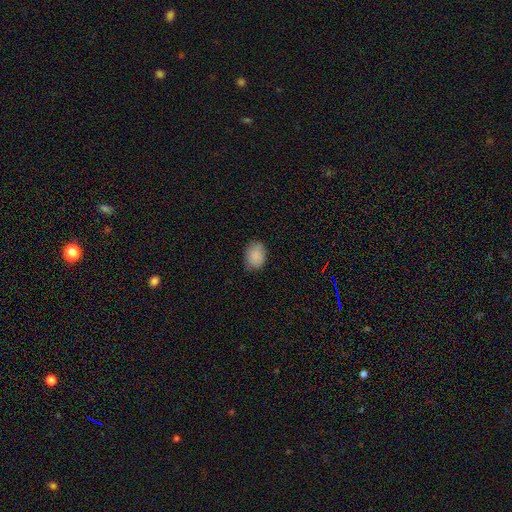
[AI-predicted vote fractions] A smooth galaxy with no disk features (86%) that is in between round and cigar-shaped (65%).

Vote fractions:
- Smooth or featured? smooth: 86% / star or artifact: 8% / featured or disk: 7%
- How rounded? in between: 65% / round: 34% / cigar-shaped: 1%
- Merging? none: 74% / minor disturbance: 21% / major disturbance: 4% / merger: 1%